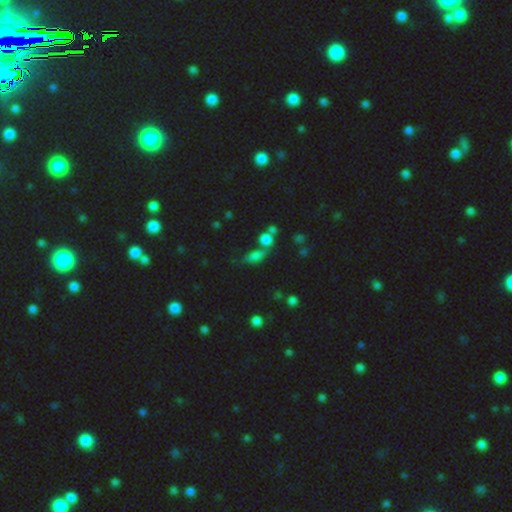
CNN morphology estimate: This appears to be a smooth galaxy with no disk features (65%) that is in between round and cigar-shaped (64%). Merging: none (49%).